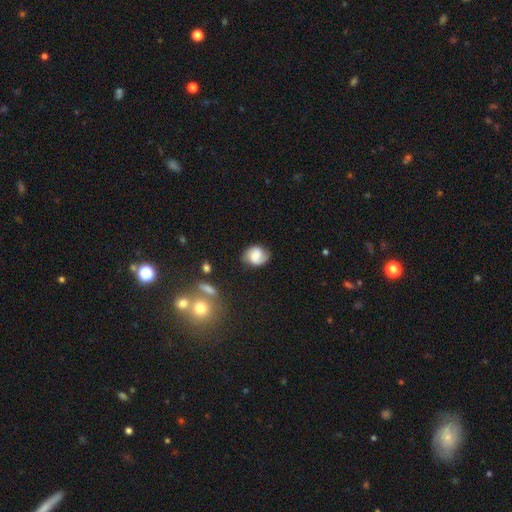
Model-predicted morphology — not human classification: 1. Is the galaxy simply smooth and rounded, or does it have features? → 46% smooth, 45% featured or disk, 9% star or artifact.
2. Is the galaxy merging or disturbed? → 69% none, 22% minor disturbance, 7% major disturbance, 3% merger.